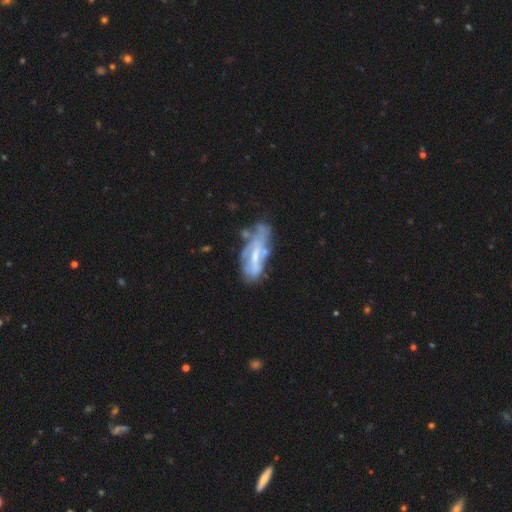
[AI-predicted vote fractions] Overall: featured or disk (63%; smooth 29%). Edge-on disk: no (82%). Bar: no (40%; weak 36%). Spiral arms: no (57%; yes 43%). Bulge size: small (41%; moderate 33%). Merging: none (36%; minor disturbance 27%).